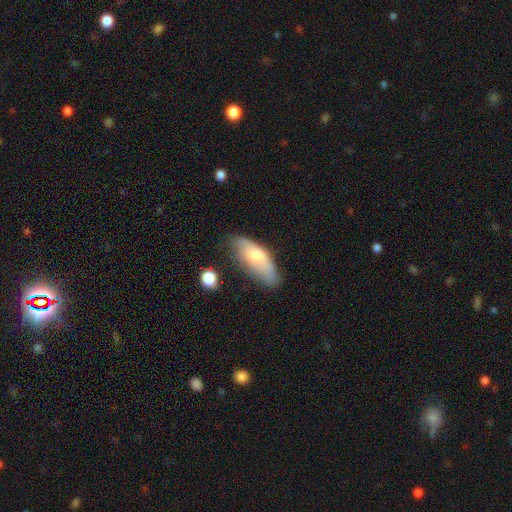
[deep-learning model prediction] This is likely a smooth galaxy (67%). How rounded: likely in between (73%). Merging: possibly none (55%).